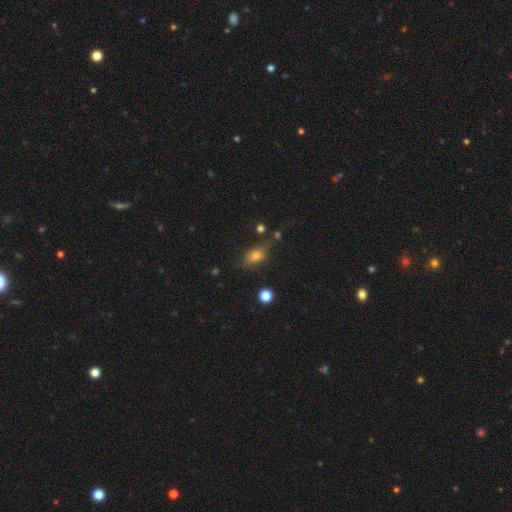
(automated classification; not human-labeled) A smooth galaxy with no disk features (70%) that is in between round and cigar-shaped (75%). Merging: none (62%).